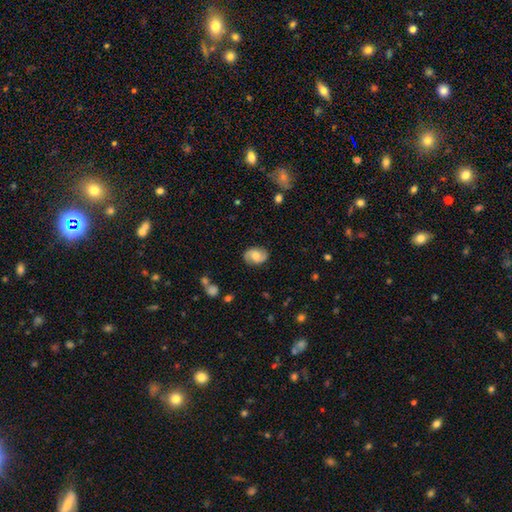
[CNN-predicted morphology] A featured or disk galaxy (52%) with no bar (58%), spiral arms (87%) and a moderate central bulge (66%). Merging: none (82%).